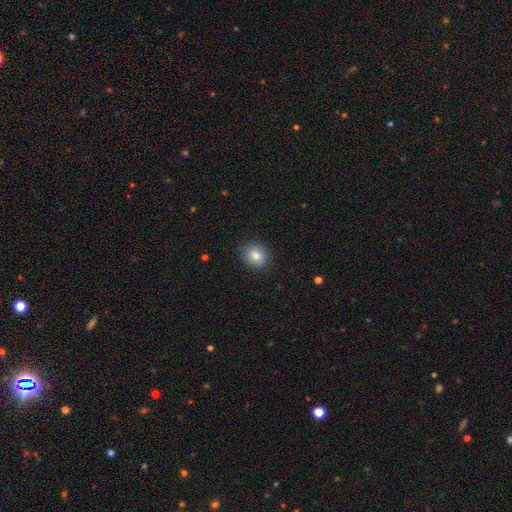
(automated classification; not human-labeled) A smooth galaxy with no disk features (83%) that is round (69%). Merging: none (87%).